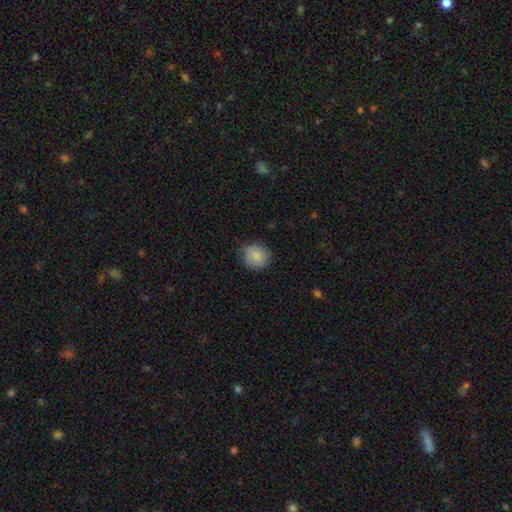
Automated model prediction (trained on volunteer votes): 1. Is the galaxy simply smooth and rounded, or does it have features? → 85% smooth, 7% featured or disk, 7% star or artifact.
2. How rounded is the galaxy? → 83% round, 16% in between, 1% cigar-shaped.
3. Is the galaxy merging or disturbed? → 76% none, 19% minor disturbance, 3% major disturbance, 1% merger.